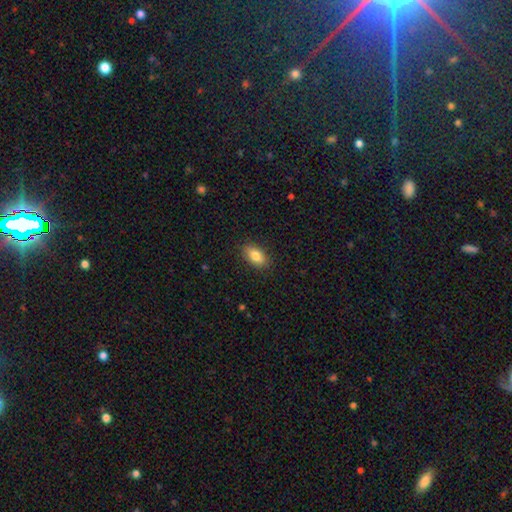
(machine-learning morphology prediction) Smooth or featured: smooth — 84% (featured or disk — 9%)
How rounded: in between — 91% (round — 5%)
Merging: none — 88% (minor disturbance — 9%)